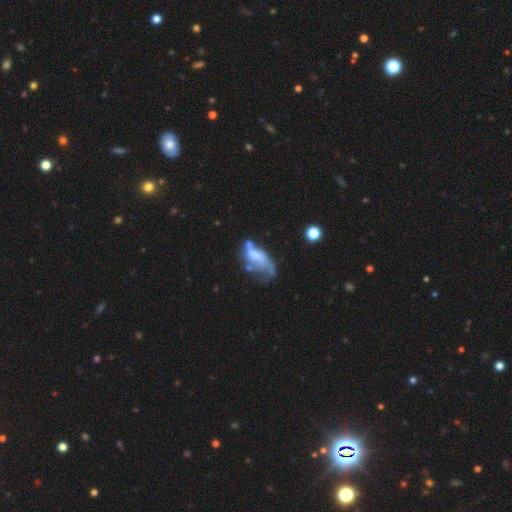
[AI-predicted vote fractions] Morphology: type=featured or disk (52%); edge-on=no (91%); merging=major disturbance (41%).